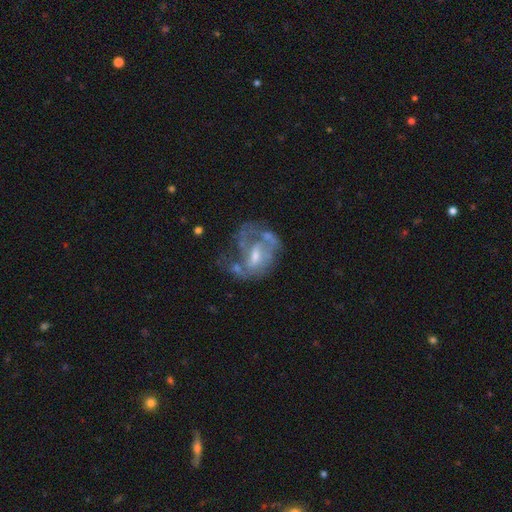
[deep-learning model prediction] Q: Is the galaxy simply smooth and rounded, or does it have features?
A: featured or disk — 71%.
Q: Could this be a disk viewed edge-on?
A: no — 97%.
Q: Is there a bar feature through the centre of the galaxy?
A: no — 47%.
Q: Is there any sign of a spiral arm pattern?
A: no — 52%.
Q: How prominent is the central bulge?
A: small — 44%.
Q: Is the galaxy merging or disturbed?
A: major disturbance — 35%.